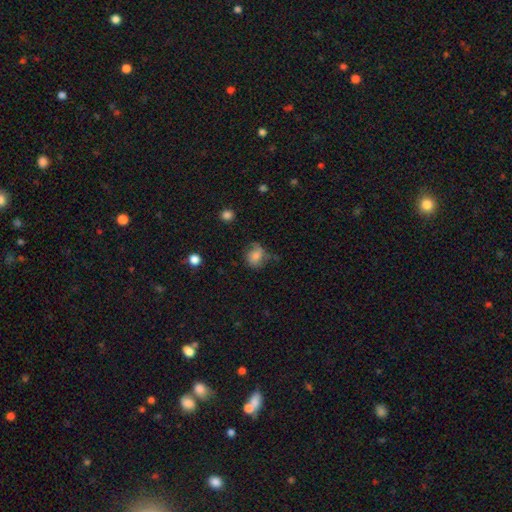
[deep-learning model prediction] Smooth or featured? Predicted: smooth (p=0.67). How rounded? Predicted: round (p=0.64). Merging? Predicted: none (p=0.48).